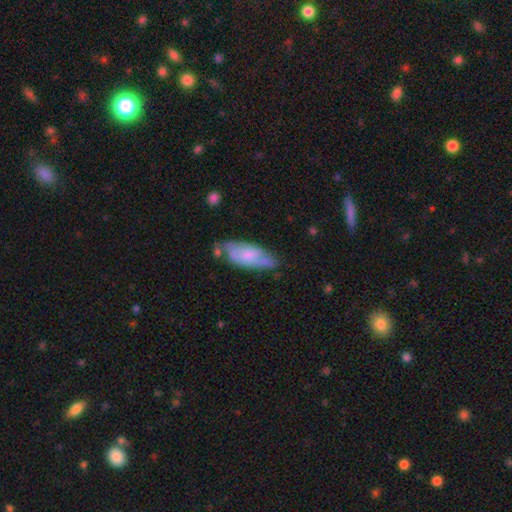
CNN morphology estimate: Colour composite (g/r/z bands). It shows a smooth galaxy with no disk features (51%) that is in between round and cigar-shaped (77%). Merging: none (52%).